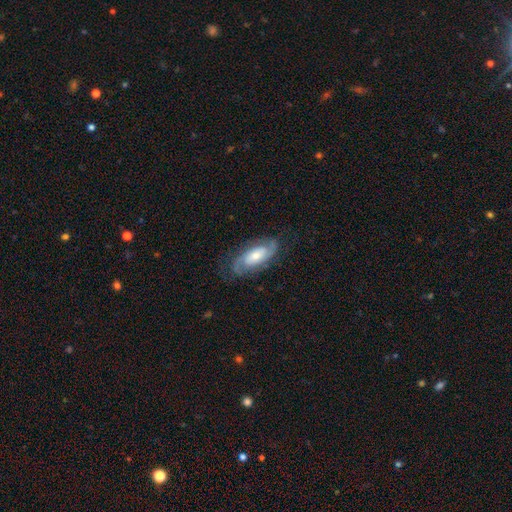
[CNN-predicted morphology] This appears to be a featured or disk galaxy (73%) with no bar (59%), 2 (78%) tight (43%) spiral arms (92%) and a moderate central bulge (50%). Merging: none (73%).